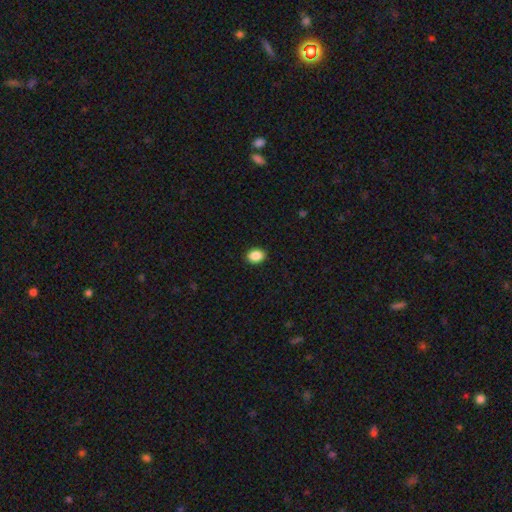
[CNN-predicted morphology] smooth_or_featured: smooth (p=0.89) [alt: star or artifact p=0.08]
how_rounded: in between (p=0.68) [alt: round p=0.31]
merging: none (p=0.91) [alt: minor disturbance p=0.07]